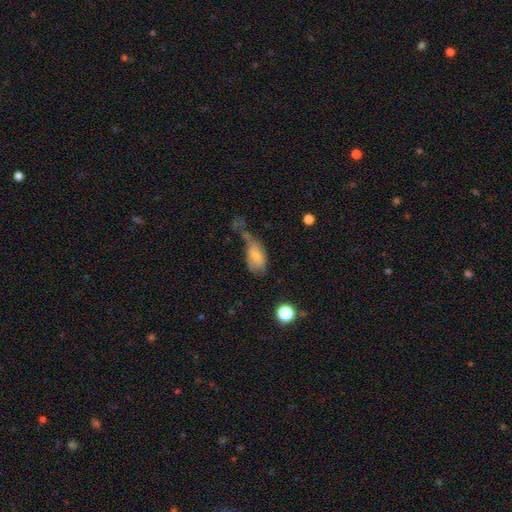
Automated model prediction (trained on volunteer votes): Overall: smooth (68%). How rounded: in between (89%). Merging: major disturbance (44%; minor disturbance 23%).